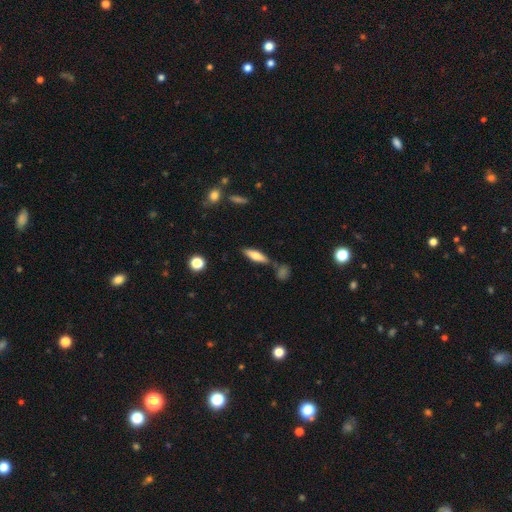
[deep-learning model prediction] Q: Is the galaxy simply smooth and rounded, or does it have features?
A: smooth — 66%.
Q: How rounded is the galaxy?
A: cigar-shaped — 58%.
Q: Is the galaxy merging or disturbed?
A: none — 71%.